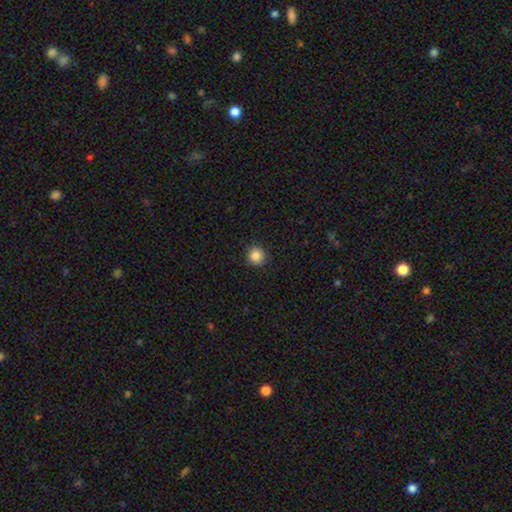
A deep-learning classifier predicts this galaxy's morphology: This is clearly a smooth galaxy (87%). How rounded: clearly round (94%). Merging: clearly none (91%).